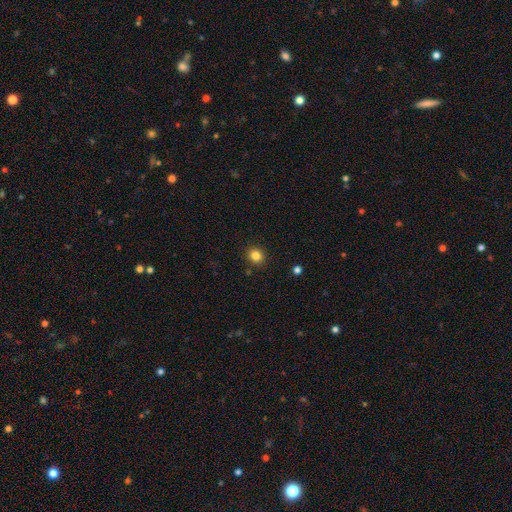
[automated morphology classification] This is clearly a smooth galaxy (83%). How rounded: clearly round (83%). Merging: clearly none (90%).